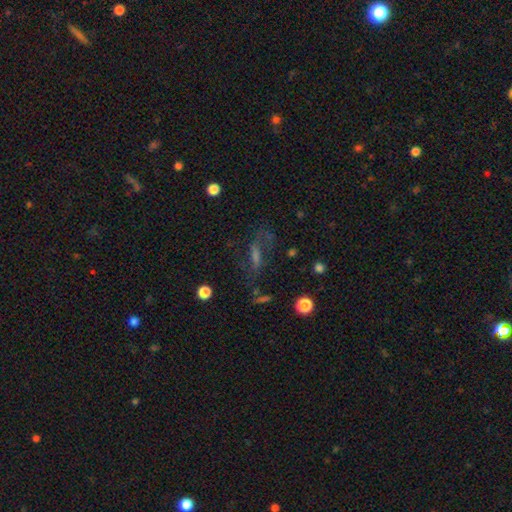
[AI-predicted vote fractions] Morphology: type=featured or disk (46%); merging=none (56%).